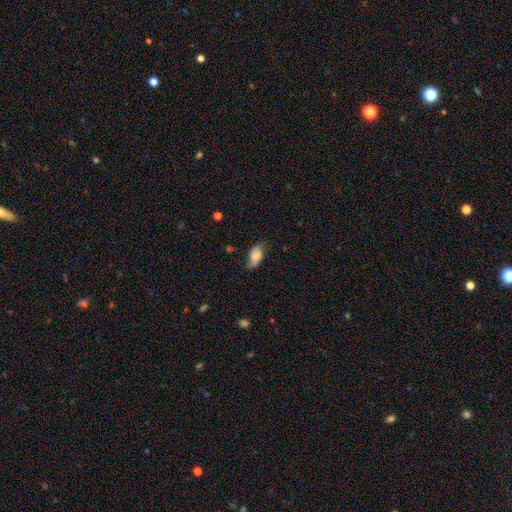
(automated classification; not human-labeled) Smooth or featured? Predicted: smooth (p=0.55). How rounded? Predicted: in between (p=0.89). Merging? Predicted: none (p=0.59).